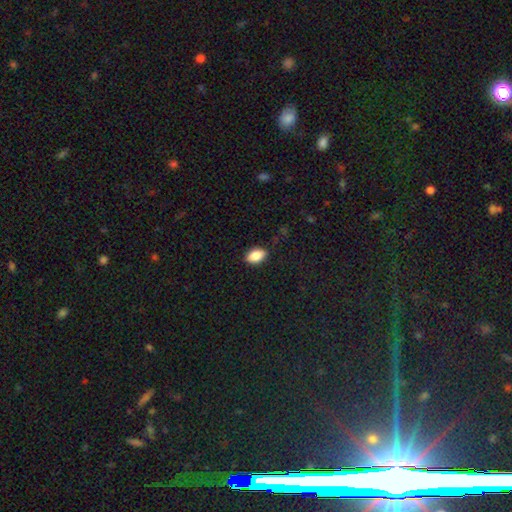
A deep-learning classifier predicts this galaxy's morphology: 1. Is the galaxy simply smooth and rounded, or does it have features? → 87% smooth, 8% star or artifact, 6% featured or disk.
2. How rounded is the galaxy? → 90% in between, 8% round, 2% cigar-shaped.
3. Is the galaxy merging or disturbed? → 87% none, 10% minor disturbance, 2% major disturbance, 1% merger.